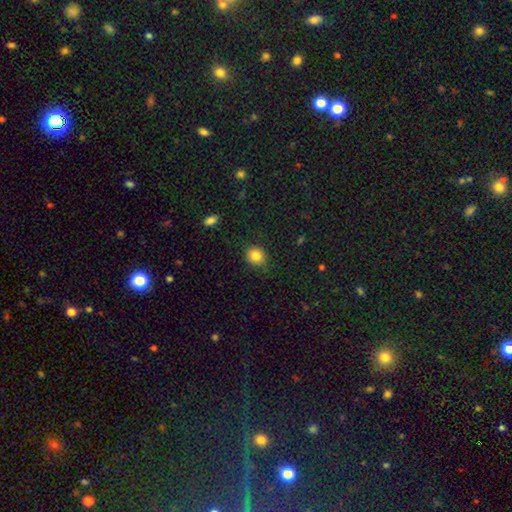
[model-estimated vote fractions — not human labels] A smooth galaxy with no disk features (84%) that is round (73%).

Vote fractions:
- Smooth or featured? smooth: 84% / star or artifact: 10% / featured or disk: 5%
- How rounded? round: 73% / in between: 26% / cigar-shaped: 1%
- Merging? none: 81% / minor disturbance: 15% / major disturbance: 3% / merger: 1%